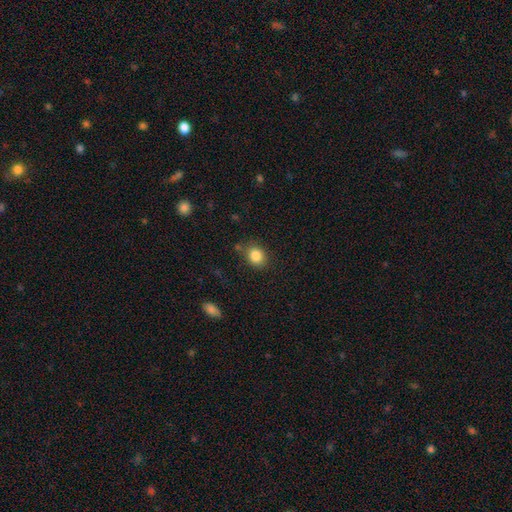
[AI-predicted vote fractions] smooth_or_featured: smooth (p=0.85) [alt: star or artifact p=0.10]
how_rounded: round (p=0.60) [alt: in between p=0.39]
merging: none (p=0.77) [alt: minor disturbance p=0.15]